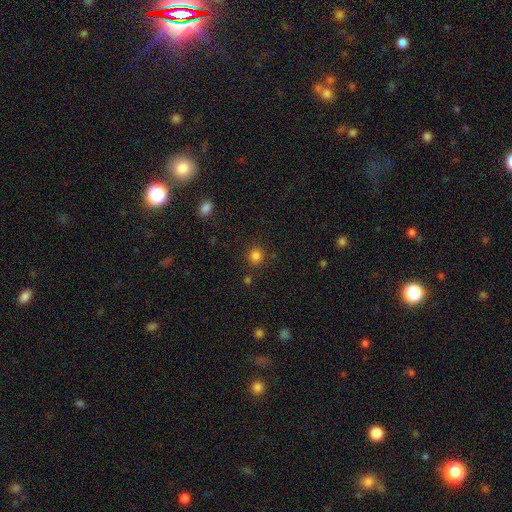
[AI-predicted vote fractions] The model was most divided on "smooth or featured": smooth: 82%, star or artifact: 14%, featured or disk: 4%. More confident: how rounded — round (90%); merging — none (86%).